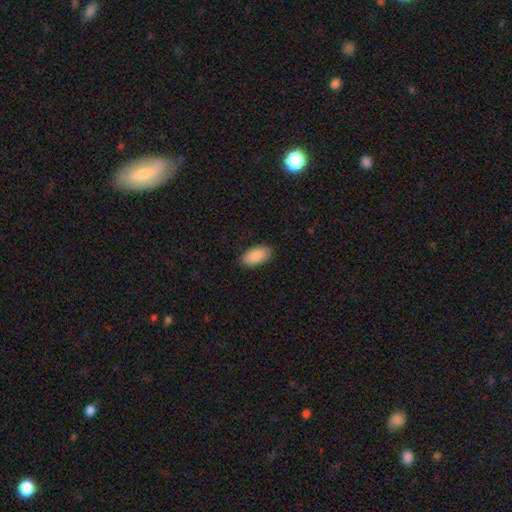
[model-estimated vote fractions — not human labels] Smooth or featured: smooth — 90% (star or artifact — 6%)
How rounded: in between — 95% (cigar-shaped — 3%)
Merging: none — 88% (minor disturbance — 10%)